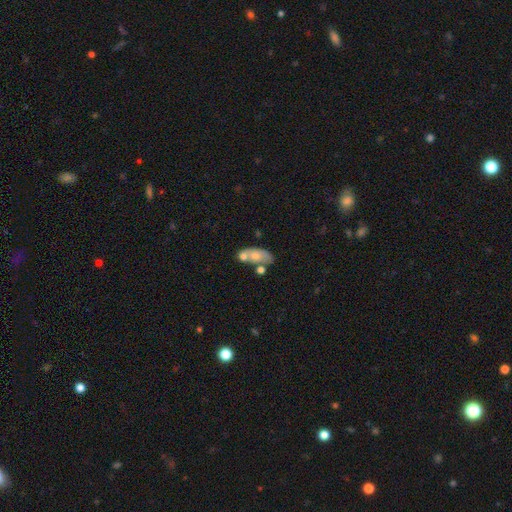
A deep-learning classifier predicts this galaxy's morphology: Q: Smooth or featured?
A: smooth (60%); runner-up: featured or disk (32%)
Q: How rounded?
A: in between (85%); runner-up: cigar-shaped (8%)
Q: Merging?
A: none (37%); runner-up: merger (34%)